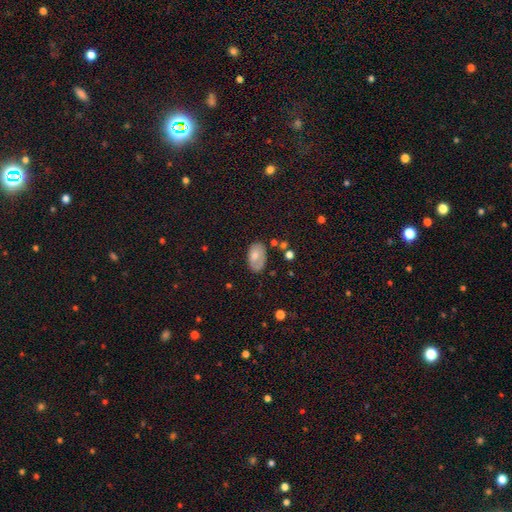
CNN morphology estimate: Overall: smooth (68%). How rounded: in between (91%). Merging: none (60%; minor disturbance 26%).